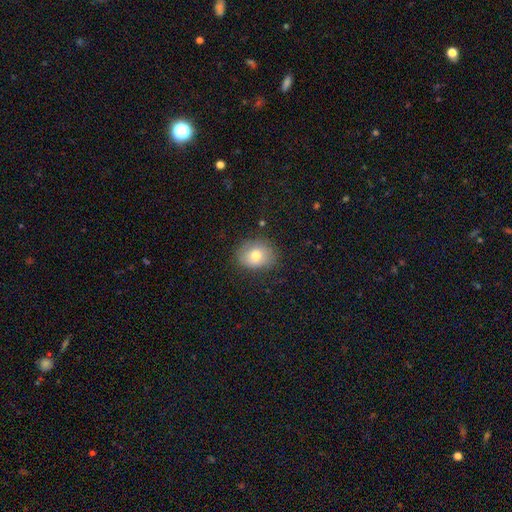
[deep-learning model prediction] Overall: smooth (74%). How rounded: round (51%; in between 48%). Merging: none (80%).